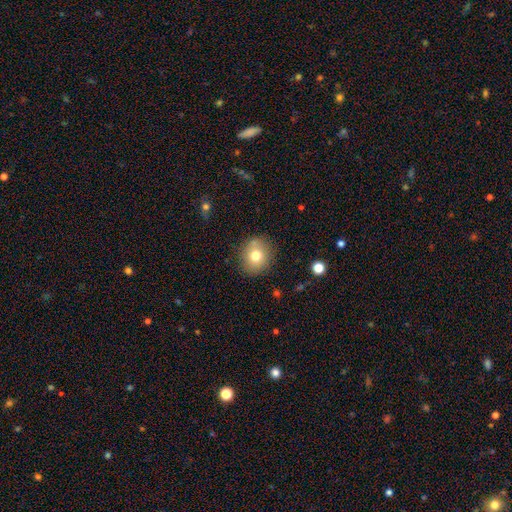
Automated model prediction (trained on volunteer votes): This appears to be a smooth galaxy with no disk features (75%) that is round (80%). Merging: none (84%).